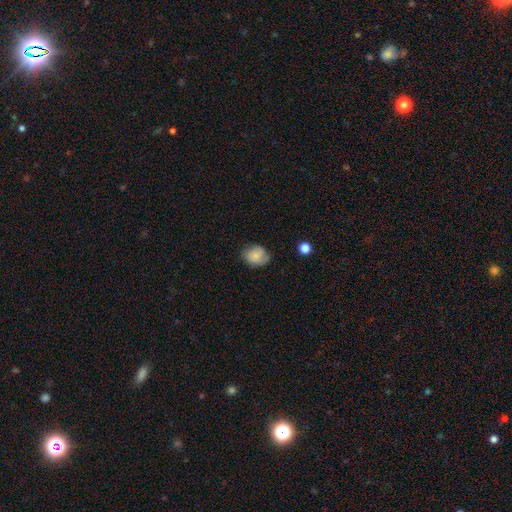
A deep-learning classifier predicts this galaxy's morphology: smooth-or-featured: smooth: 74% | featured or disk: 17% | star or artifact: 9%
  how-rounded: round: 55% | in between: 44% | cigar-shaped: 1%
  merging: none: 65% | minor disturbance: 26% | major disturbance: 7% | merger: 2%